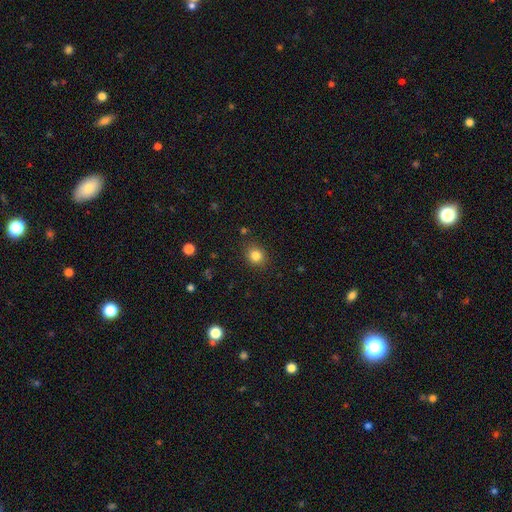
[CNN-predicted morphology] smooth-or-featured: smooth: 83% | star or artifact: 12% | featured or disk: 6%
  how-rounded: round: 74% | in between: 25% | cigar-shaped: 1%
  merging: none: 87% | minor disturbance: 9% | major disturbance: 3% | merger: 2%